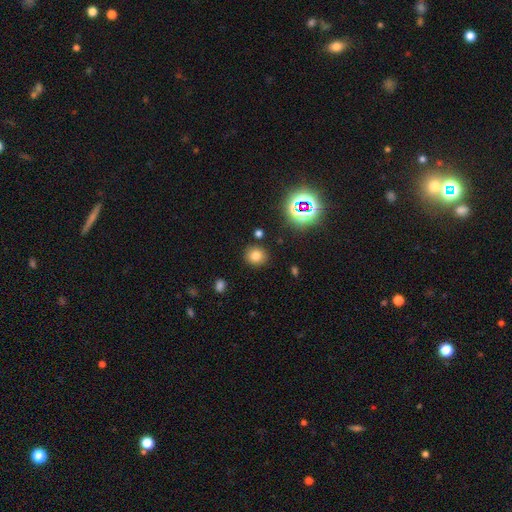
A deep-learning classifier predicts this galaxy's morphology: type=smooth (75%); roundness=round (83%); merging=none (87%).